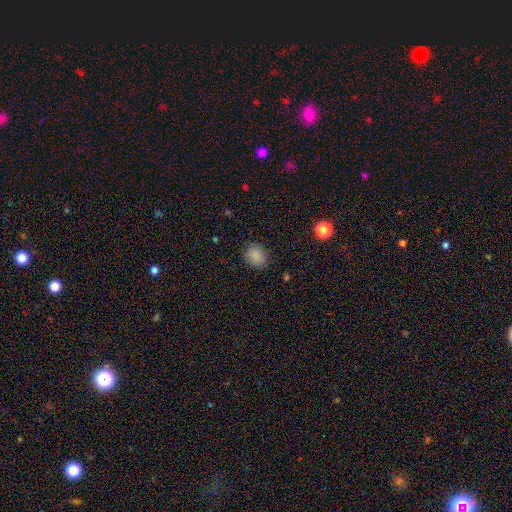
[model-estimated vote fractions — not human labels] A smooth galaxy with no disk features (86%) that is round (66%).

Vote fractions:
- Smooth or featured? smooth: 86% / star or artifact: 10% / featured or disk: 4%
- How rounded? round: 66% / in between: 33% / cigar-shaped: 1%
- Merging? none: 85% / minor disturbance: 11% / major disturbance: 3% / merger: 1%